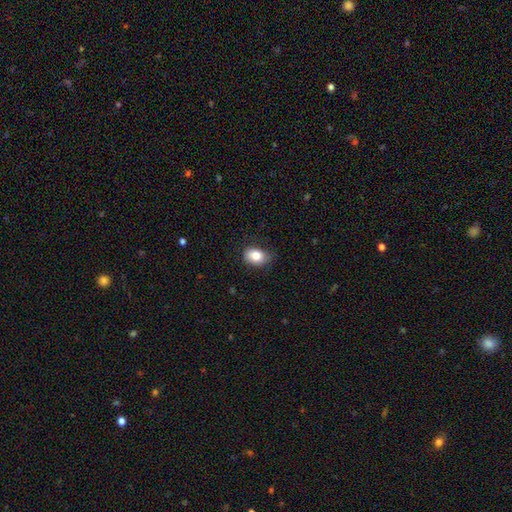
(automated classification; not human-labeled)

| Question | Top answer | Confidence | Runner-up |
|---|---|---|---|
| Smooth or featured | smooth | 82% | star or artifact (9%) |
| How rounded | in between | 73% | round (25%) |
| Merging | none | 74% | minor disturbance (21%) |